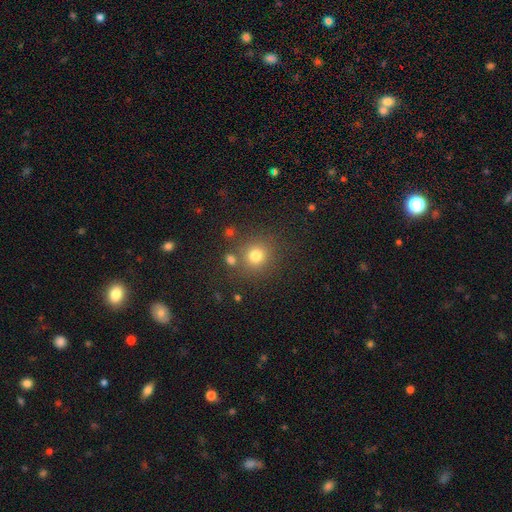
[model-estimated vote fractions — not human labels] Smooth or featured? Predicted: smooth (p=0.77). How rounded? Predicted: round (p=0.90). Merging? Predicted: none (p=0.77).